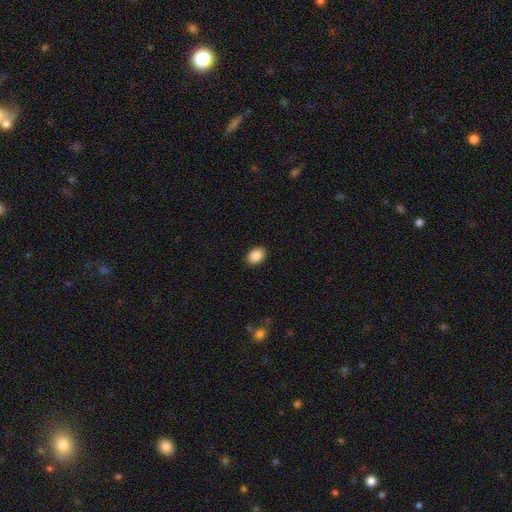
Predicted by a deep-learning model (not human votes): Smooth or featured? smooth (89%)
How rounded? in between (76%)
Merging? none (90%)